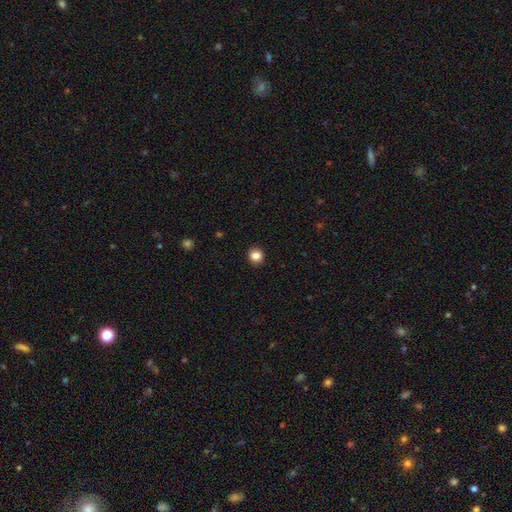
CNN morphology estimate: smooth-or-featured: smooth: 85% | star or artifact: 11% | featured or disk: 4%
  how-rounded: round: 89% | in between: 10% | cigar-shaped: 1%
  merging: none: 92% | minor disturbance: 5% | major disturbance: 2% | merger: 1%